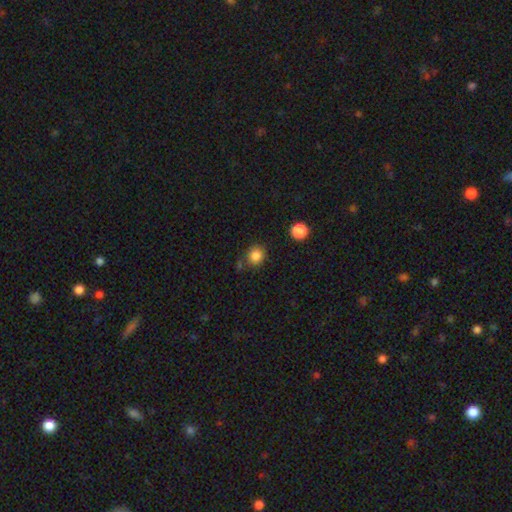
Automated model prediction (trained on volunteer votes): A smooth galaxy with no disk features (85%) that is round (81%).

Vote fractions:
- Smooth or featured? smooth: 85% / star or artifact: 11% / featured or disk: 4%
- How rounded? round: 81% / in between: 18% / cigar-shaped: 1%
- Merging? none: 75% / minor disturbance: 14% / merger: 7% / major disturbance: 4%